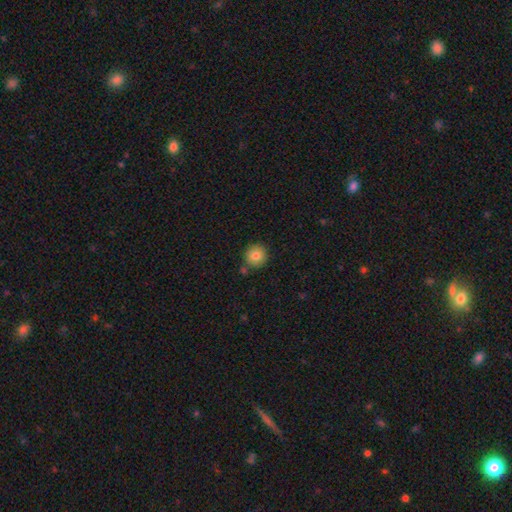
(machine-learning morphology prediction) A smooth galaxy with no disk features (82%) that is round (94%).

Vote fractions:
- Smooth or featured? smooth: 82% / star or artifact: 10% / featured or disk: 8%
- How rounded? round: 94% / in between: 5% / cigar-shaped: 1%
- Merging? none: 80% / minor disturbance: 10% / merger: 8% / major disturbance: 2%